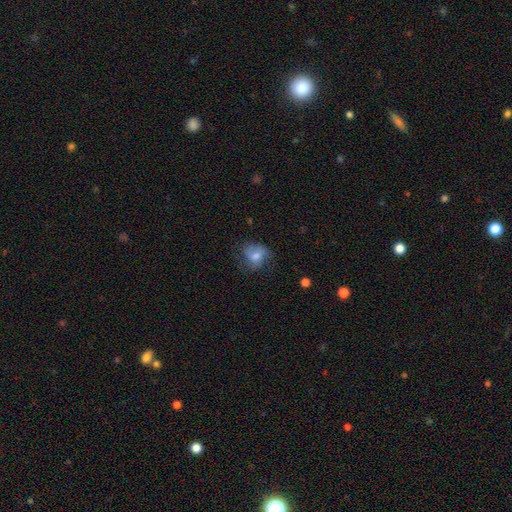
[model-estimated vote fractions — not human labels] Overall: smooth (62%; featured or disk 29%). How rounded: round (54%; in between 45%). Merging: none (50%; minor disturbance 28%).